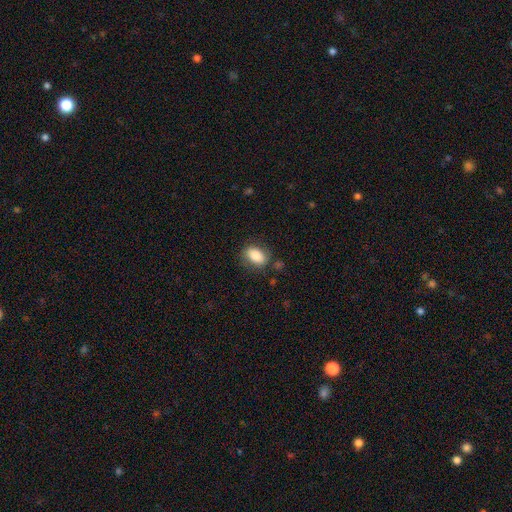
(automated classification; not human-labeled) A smooth galaxy with no disk features (82%) that is in between round and cigar-shaped (85%). Merging: none (77%).